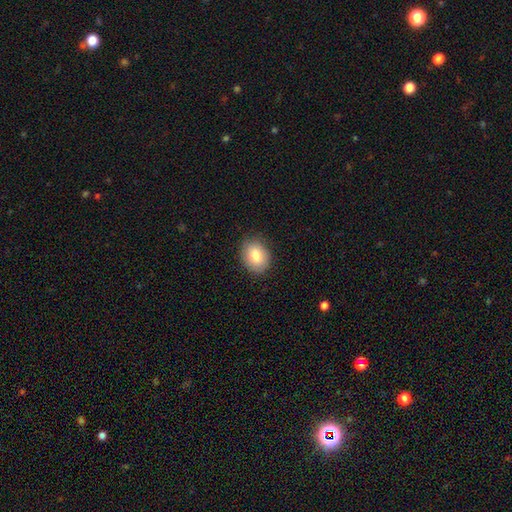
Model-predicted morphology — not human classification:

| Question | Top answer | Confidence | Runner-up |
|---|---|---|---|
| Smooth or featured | smooth | 81% | featured or disk (11%) |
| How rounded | in between | 55% | round (45%) |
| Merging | none | 86% | minor disturbance (11%) |